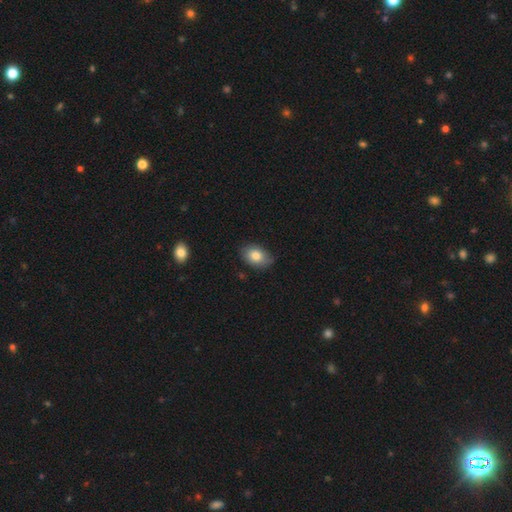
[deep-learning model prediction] Morphology: type=smooth (81%); roundness=in between (82%); merging=none (75%).